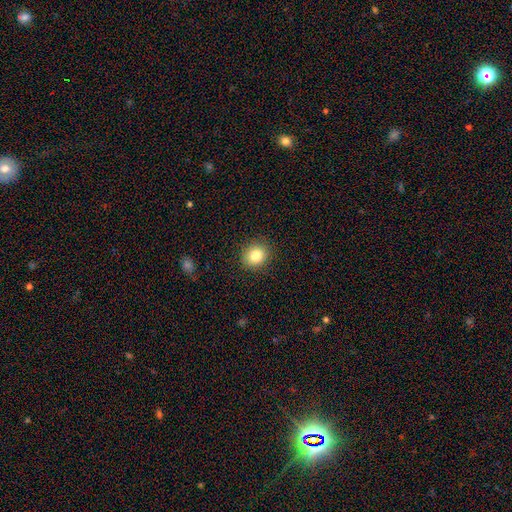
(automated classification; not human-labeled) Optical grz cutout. It shows a smooth galaxy with no disk features (83%) that is round (71%). Merging: none (89%).